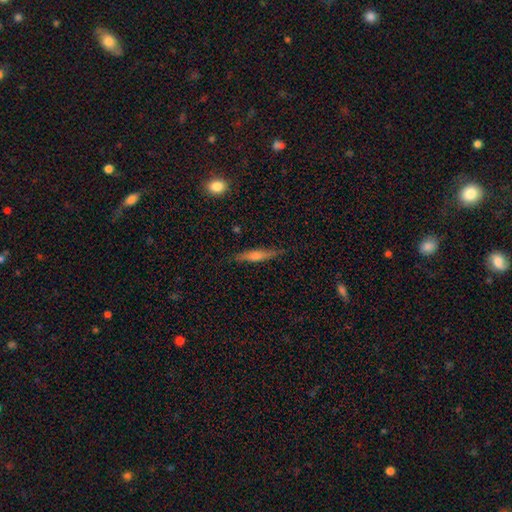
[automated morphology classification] Smooth or featured? featured or disk (50%)
Merging? none (85%)